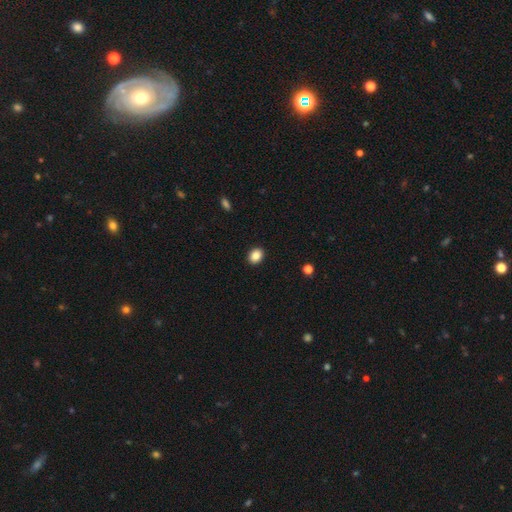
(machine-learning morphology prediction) This is clearly a smooth galaxy (87%). How rounded: possibly in between (60%). Merging: clearly none (91%).